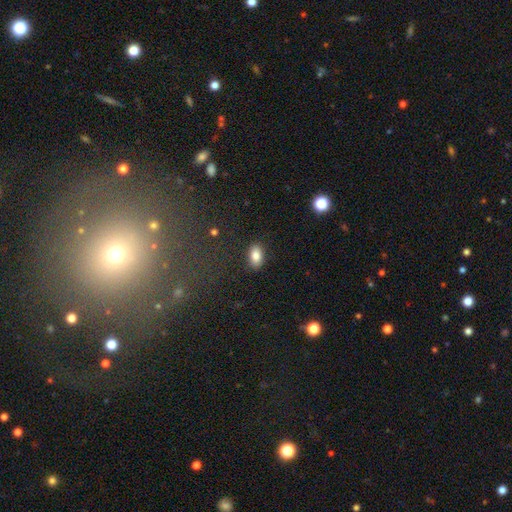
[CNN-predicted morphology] Q: Smooth or featured?
A: smooth (84%); runner-up: star or artifact (8%)
Q: How rounded?
A: in between (90%); runner-up: round (8%)
Q: Merging?
A: none (88%); runner-up: minor disturbance (9%)